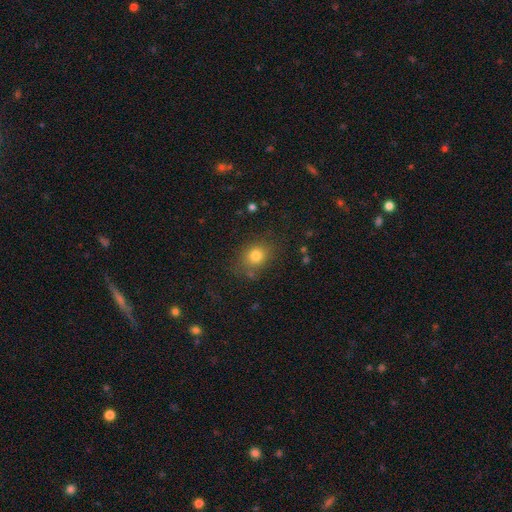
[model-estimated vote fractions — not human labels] A smooth galaxy with no disk features (78%) that is round (59%). Merging: none (78%).